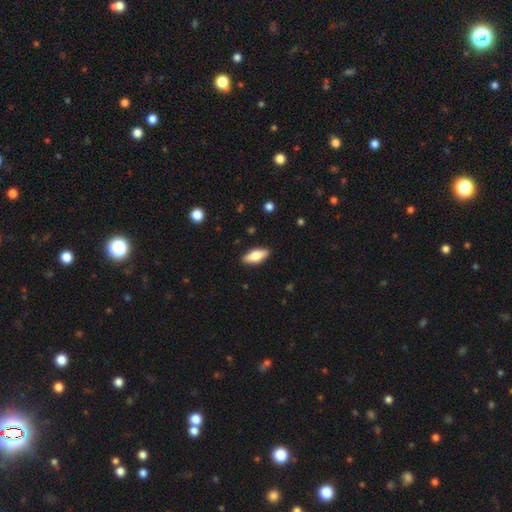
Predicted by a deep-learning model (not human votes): The model was most divided on "smooth or featured": smooth: 67%, featured or disk: 27%, star or artifact: 6%. More confident: merging — none (89%); how rounded — in between (73%).